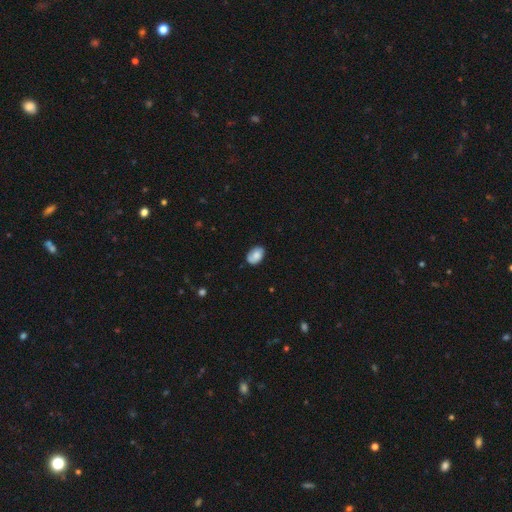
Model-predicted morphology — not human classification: smooth-or-featured: smooth: 73% | featured or disk: 19% | star or artifact: 8%
  how-rounded: in between: 86% | round: 13% | cigar-shaped: 1%
  merging: none: 73% | minor disturbance: 20% | major disturbance: 5% | merger: 2%